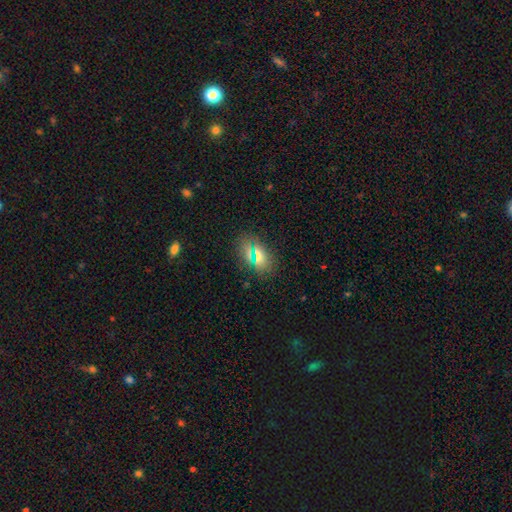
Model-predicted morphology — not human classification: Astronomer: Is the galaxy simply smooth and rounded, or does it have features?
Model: smooth — 67%.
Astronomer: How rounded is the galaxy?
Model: in between — 78%.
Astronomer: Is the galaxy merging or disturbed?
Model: none — 84%.